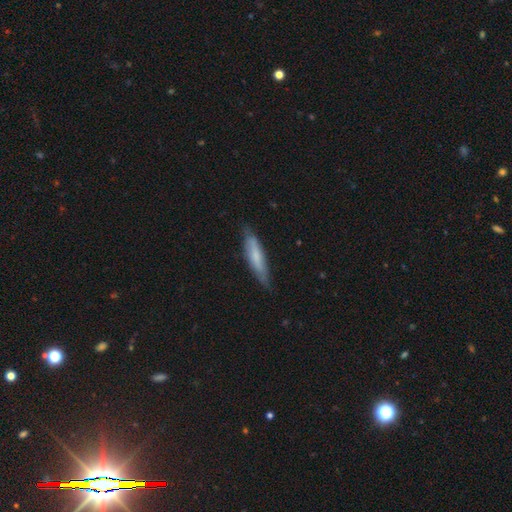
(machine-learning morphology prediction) Q: Smooth or featured?
A: smooth (63%); runner-up: featured or disk (31%)
Q: How rounded?
A: cigar-shaped (80%); runner-up: in between (19%)
Q: Merging?
A: none (77%); runner-up: minor disturbance (18%)